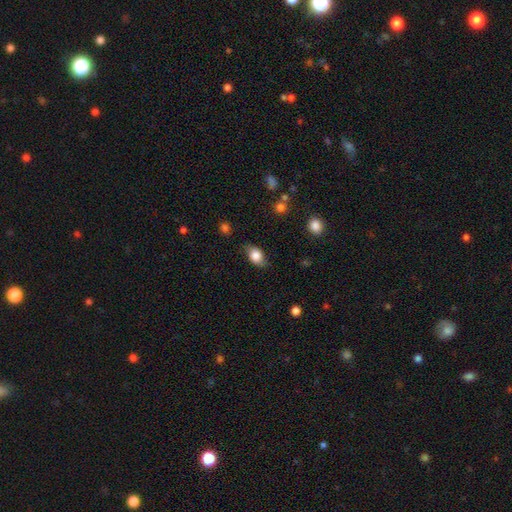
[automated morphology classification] smooth 79%, featured or disk 13%, star or artifact 8%. Down the decision tree: how rounded — in between (79%); merging — none (74%).